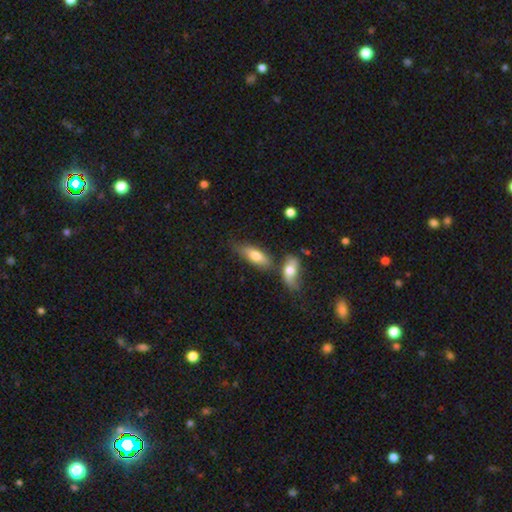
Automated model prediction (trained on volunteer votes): Q: Smooth or featured?
A: smooth (74%); runner-up: featured or disk (19%)
Q: How rounded?
A: in between (74%); runner-up: cigar-shaped (23%)
Q: Merging?
A: none (54%); runner-up: merger (23%)